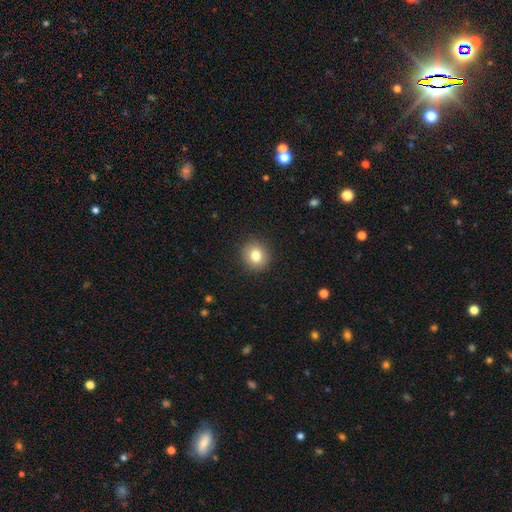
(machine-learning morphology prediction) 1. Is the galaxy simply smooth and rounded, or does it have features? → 81% smooth, 10% star or artifact, 9% featured or disk.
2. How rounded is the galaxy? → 84% round, 15% in between, 1% cigar-shaped.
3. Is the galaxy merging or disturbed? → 90% none, 7% minor disturbance, 2% major disturbance, 1% merger.